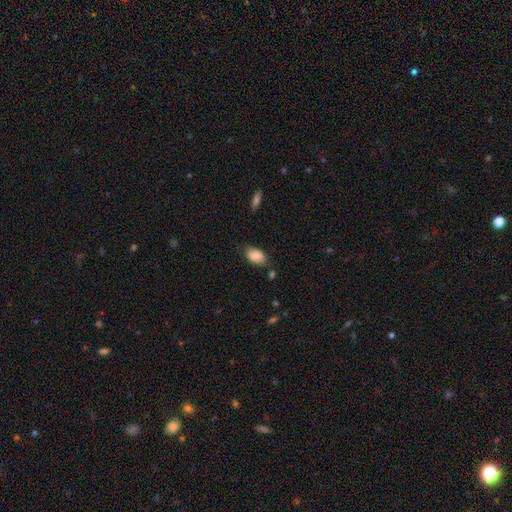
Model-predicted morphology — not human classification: Smooth or featured: smooth — 81% (featured or disk — 12%)
How rounded: in between — 92% (round — 7%)
Merging: none — 75% (minor disturbance — 18%)